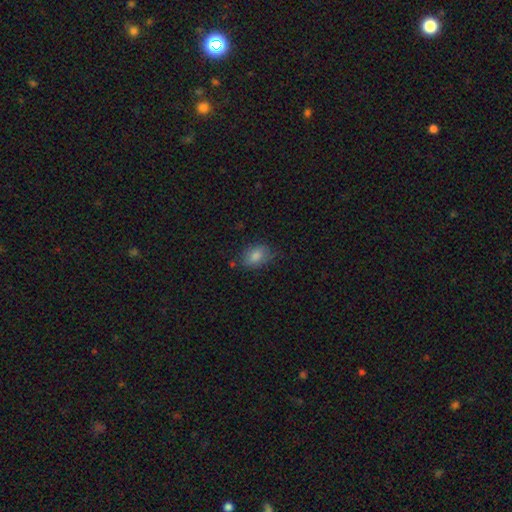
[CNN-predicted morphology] Smooth or featured? Predicted: smooth (p=0.80). How rounded? Predicted: in between (p=0.75). Merging? Predicted: none (p=0.75).